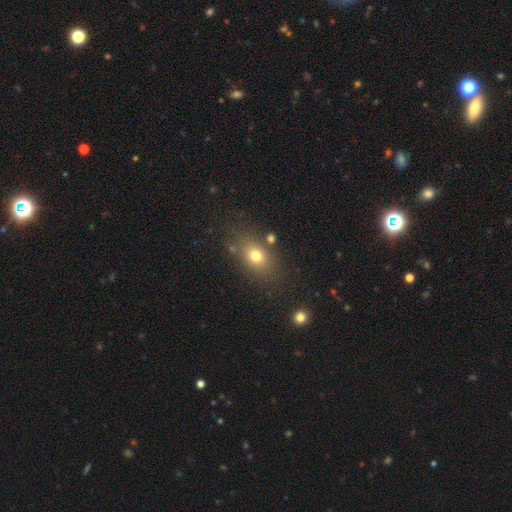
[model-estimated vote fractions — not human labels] This appears to be a smooth galaxy with no disk features (73%) that is in between round and cigar-shaped (70%). Merging: none (76%).